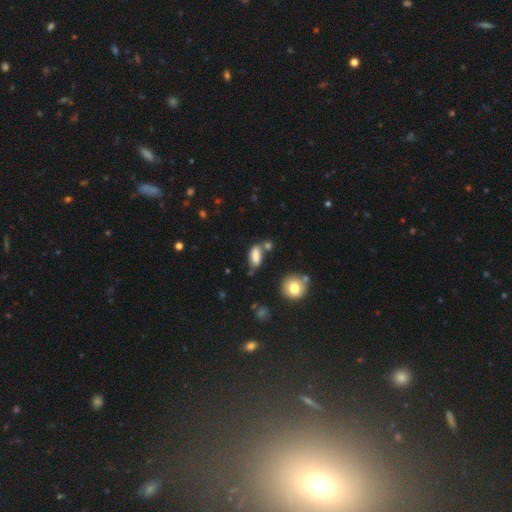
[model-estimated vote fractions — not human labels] Smooth or featured? Predicted: smooth (p=0.80). How rounded? Predicted: in between (p=0.75). Merging? Predicted: none (p=0.56).